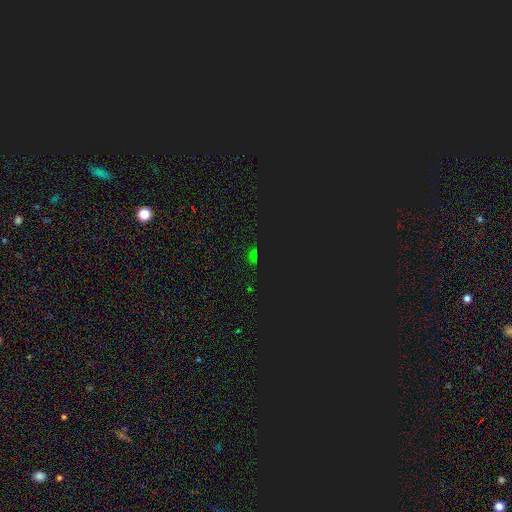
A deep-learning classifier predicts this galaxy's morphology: Smooth or featured?
  - star or artifact: 64% *
  - smooth: 27%
  - featured or disk: 9%